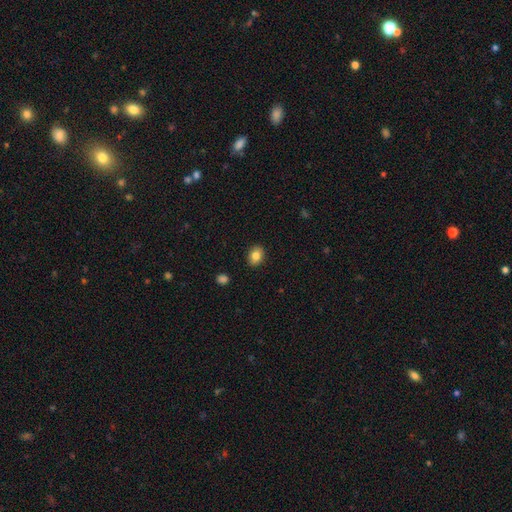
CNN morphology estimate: smooth-or-featured: smooth: 84% | star or artifact: 9% | featured or disk: 7%
  how-rounded: in between: 59% | round: 40% | cigar-shaped: 1%
  merging: none: 89% | minor disturbance: 8% | major disturbance: 2% | merger: 1%